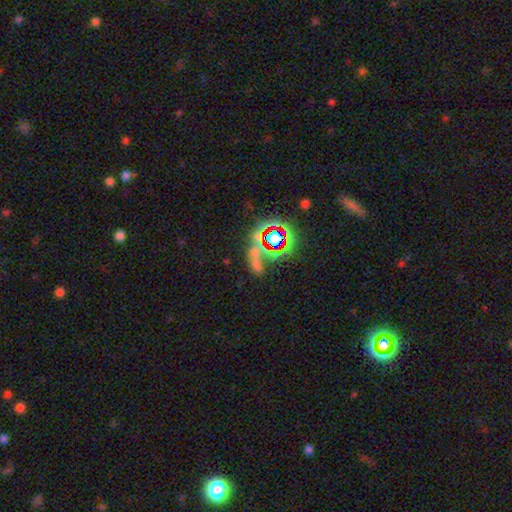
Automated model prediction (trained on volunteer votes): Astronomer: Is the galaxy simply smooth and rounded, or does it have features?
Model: star or artifact — 54% (runner-up: smooth, 30%).